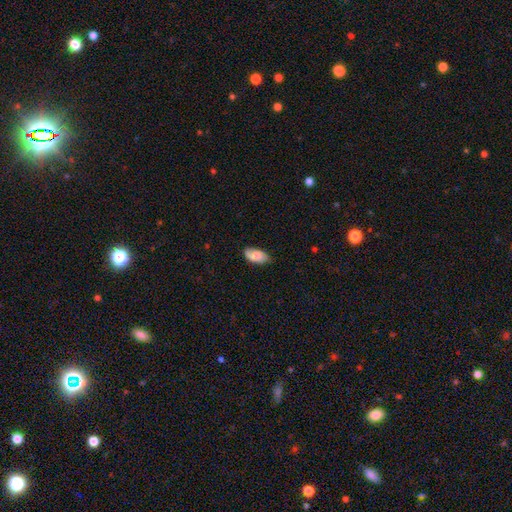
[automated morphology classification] A smooth galaxy with no disk features (79%) that is in between round and cigar-shaped (94%).

Vote fractions:
- Smooth or featured? smooth: 79% / featured or disk: 14% / star or artifact: 7%
- How rounded? in between: 94% / cigar-shaped: 3% / round: 3%
- Merging? none: 70% / minor disturbance: 24% / major disturbance: 4% / merger: 1%